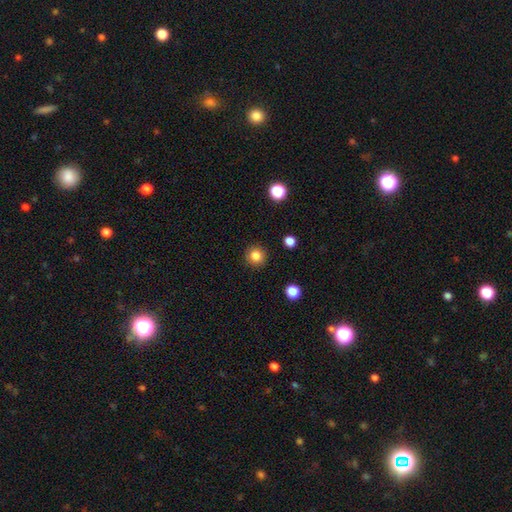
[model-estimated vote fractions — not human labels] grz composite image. It shows a smooth galaxy with no disk features (83%) that is round (94%). Merging: none (91%).